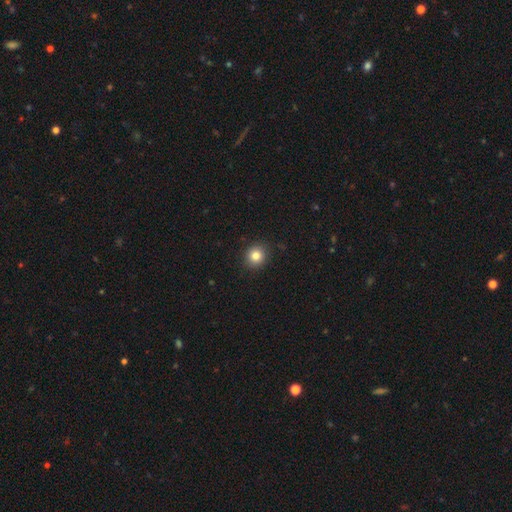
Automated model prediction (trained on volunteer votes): This appears to be a smooth galaxy with no disk features (83%) that is round (86%). Merging: none (90%).